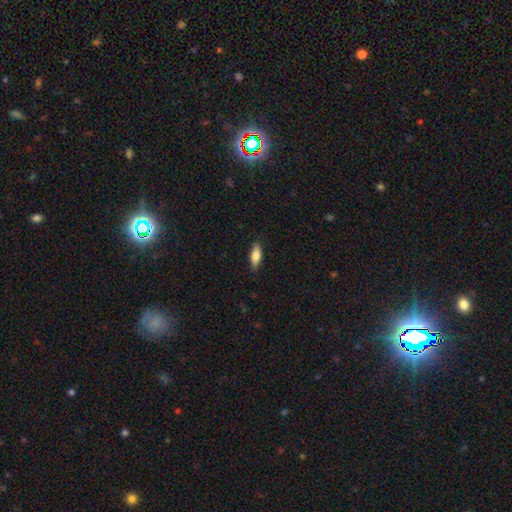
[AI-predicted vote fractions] The model was most divided on "how rounded": in between: 70%, cigar-shaped: 27%, round: 2%. More confident: merging — none (85%); smooth or featured — smooth (80%).